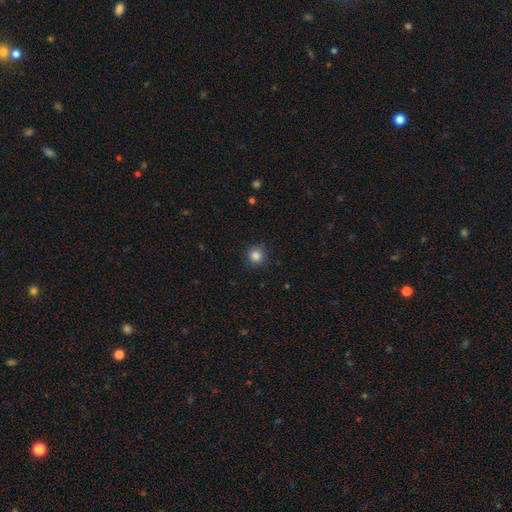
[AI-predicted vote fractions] This is clearly a smooth galaxy (84%). How rounded: clearly round (94%). Merging: clearly none (89%).